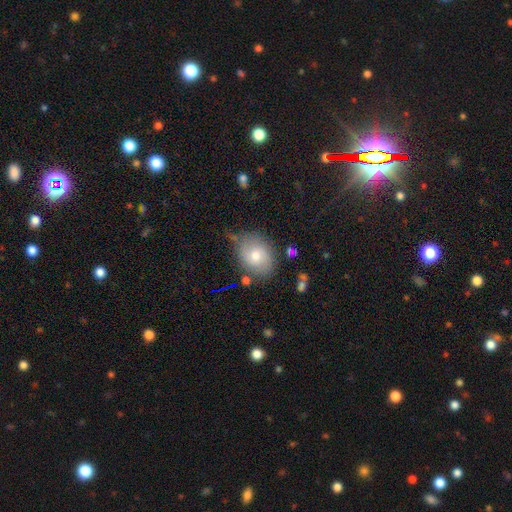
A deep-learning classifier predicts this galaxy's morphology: Smooth or featured? smooth (67%)
How rounded? in between (60%)
Merging? none (65%)